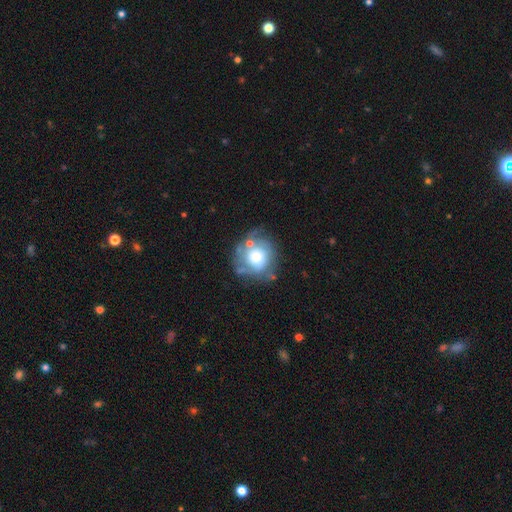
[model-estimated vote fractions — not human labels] Smooth or featured?
  - featured or disk: 53% *
  - smooth: 39%
  - star or artifact: 8%
Edge-on disk?
  - no: 97% *
  - yes: 3%
Bar?
  - no: 85% *
  - weak: 13%
  - strong: 3%
Spiral arms?
  - yes: 63% *
  - no: 37%
Bulge size?
  - moderate: 44% *
  - large: 40%
  - small: 10%
  - dominant: 5%
  - none: 2%
Merging?
  - none: 57% *
  - minor disturbance: 23%
  - major disturbance: 14%
  - merger: 6%